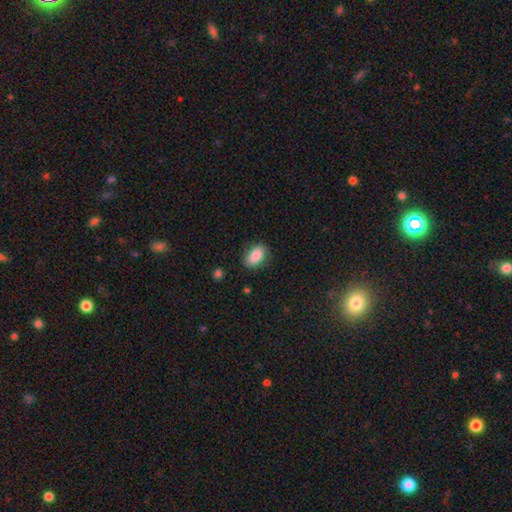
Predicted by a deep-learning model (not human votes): A smooth galaxy with no disk features (83%) that is in between round and cigar-shaped (87%).

Vote fractions:
- Smooth or featured? smooth: 83% / featured or disk: 9% / star or artifact: 7%
- How rounded? in between: 87% / round: 11% / cigar-shaped: 2%
- Merging? none: 75% / minor disturbance: 19% / major disturbance: 5% / merger: 1%